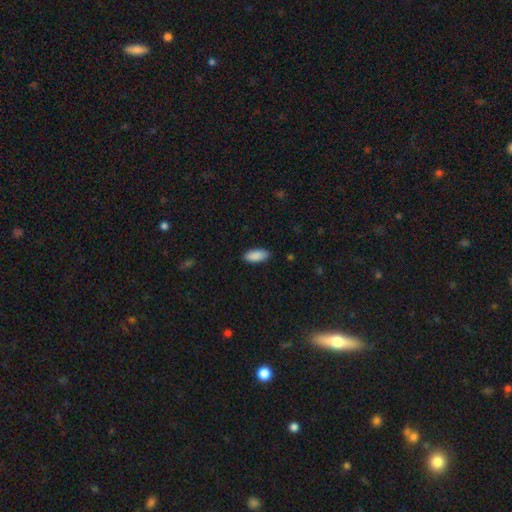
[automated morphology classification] Smooth or featured? smooth (90%)
How rounded? in between (89%)
Merging? none (87%)